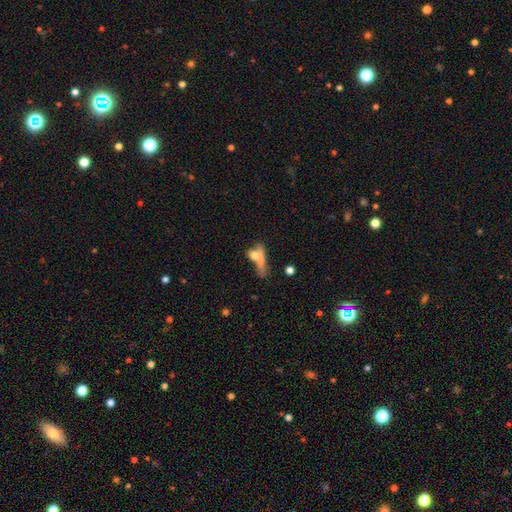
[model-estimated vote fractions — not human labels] Smooth or featured: smooth — 58% (featured or disk — 31%)
How rounded: cigar-shaped — 44% (in between — 34%)
Merging: merger — 32% (none — 29%)